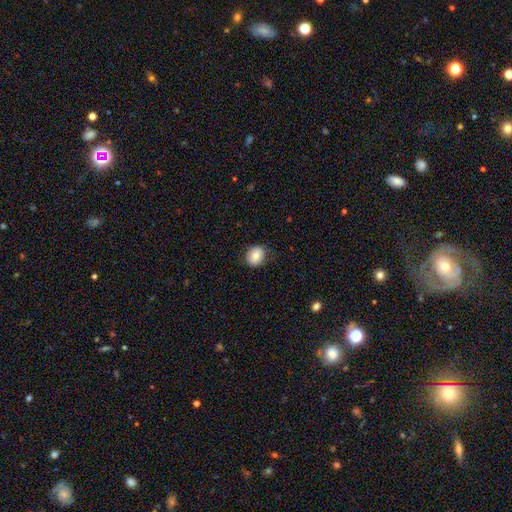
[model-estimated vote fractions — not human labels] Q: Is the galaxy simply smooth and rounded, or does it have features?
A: smooth — 73%.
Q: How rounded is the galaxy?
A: round — 73%.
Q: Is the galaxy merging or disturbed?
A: none — 83%.